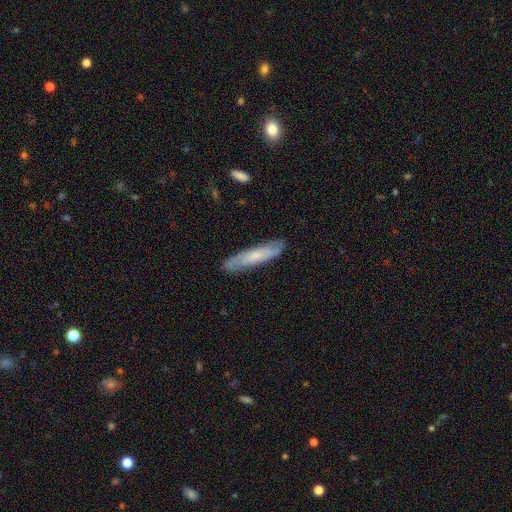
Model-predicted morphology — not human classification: smooth-or-featured: featured or disk: 49% | smooth: 45% | star or artifact: 7%
  merging: none: 83% | minor disturbance: 13% | major disturbance: 3% | merger: 1%